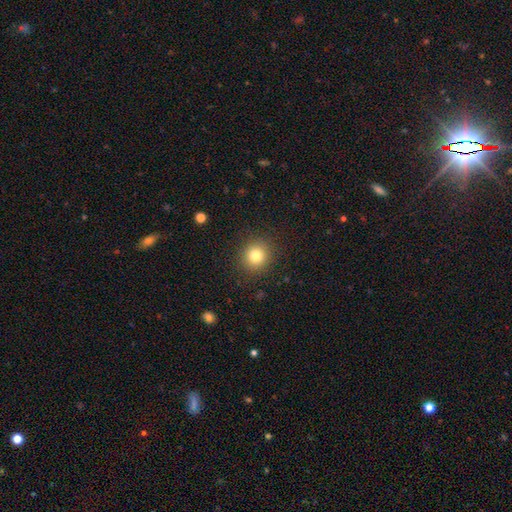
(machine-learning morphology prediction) Q: Smooth or featured?
A: smooth (81%); runner-up: star or artifact (12%)
Q: How rounded?
A: round (88%); runner-up: in between (11%)
Q: Merging?
A: none (90%); runner-up: minor disturbance (7%)